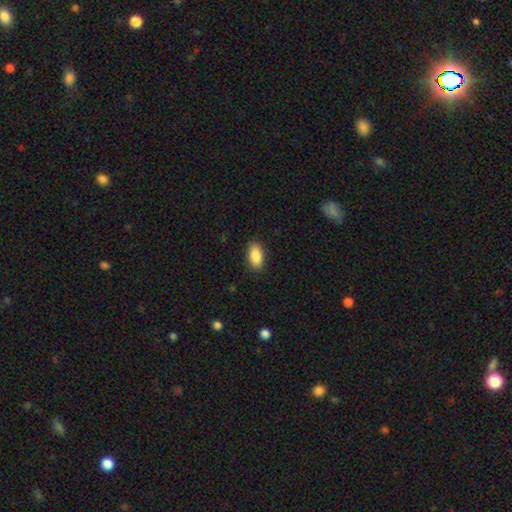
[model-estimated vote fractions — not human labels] Smooth or featured?
  - smooth: 88% *
  - star or artifact: 7%
  - featured or disk: 5%
How rounded?
  - in between: 92% *
  - round: 4%
  - cigar-shaped: 4%
Merging?
  - none: 89% *
  - minor disturbance: 8%
  - major disturbance: 2%
  - merger: 1%